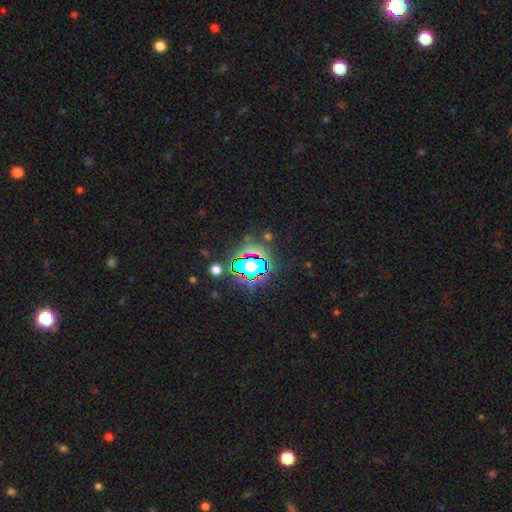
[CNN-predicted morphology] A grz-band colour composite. It shows a star or artifact, not a galaxy (72%).